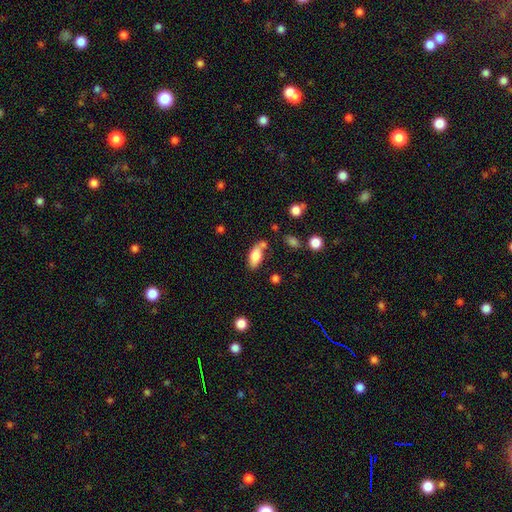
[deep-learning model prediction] smooth 78%, featured or disk 15%, star or artifact 7%. Down the decision tree: how rounded — in between (86%); merging — none (61%).